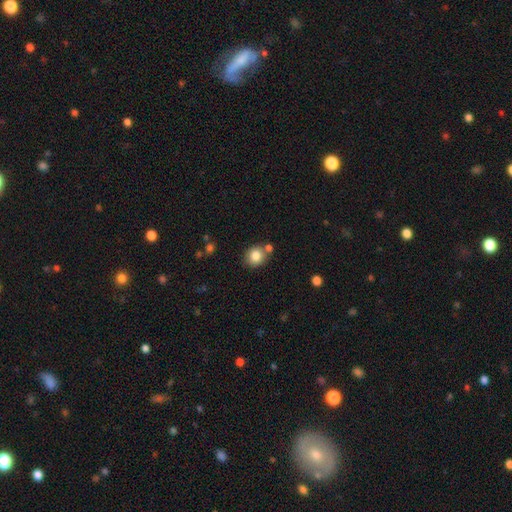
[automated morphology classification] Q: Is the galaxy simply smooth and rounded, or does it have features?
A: smooth — 84%.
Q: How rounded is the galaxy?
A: round — 78%.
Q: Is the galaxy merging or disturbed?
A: none — 70%.